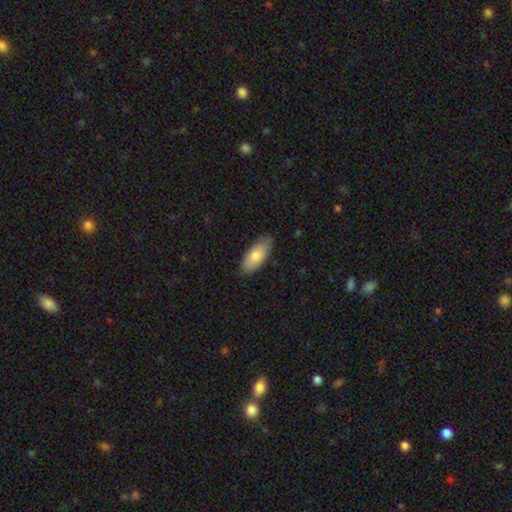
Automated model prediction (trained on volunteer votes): smooth 79%, featured or disk 16%, star or artifact 5%. Down the decision tree: how rounded — in between (88%); merging — none (84%).